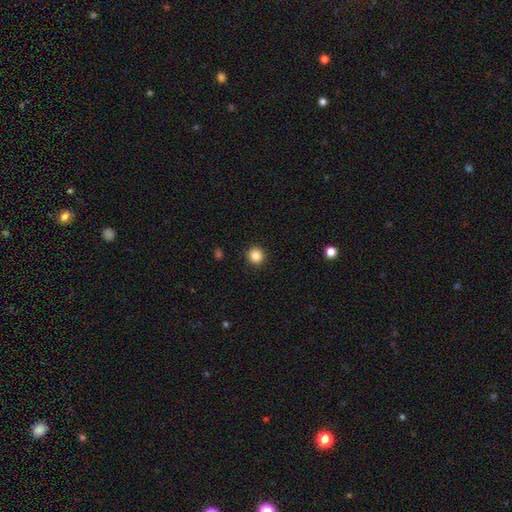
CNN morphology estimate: smooth_or_featured: smooth (p=0.86) [alt: star or artifact p=0.10]
how_rounded: round (p=0.94) [alt: in between p=0.05]
merging: none (p=0.93) [alt: minor disturbance p=0.05]